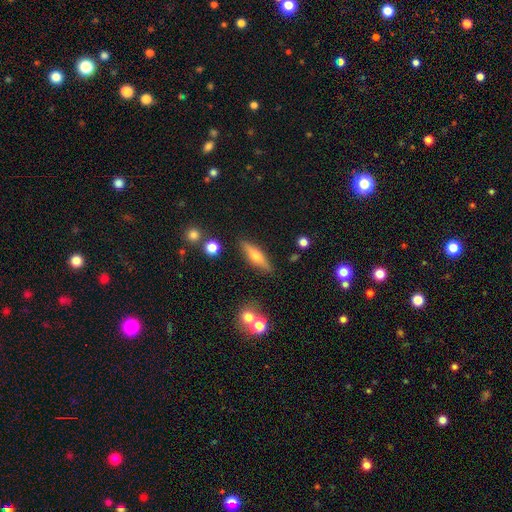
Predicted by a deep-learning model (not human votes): This appears to be a featured or disk galaxy (48%). Merging: none (85%).